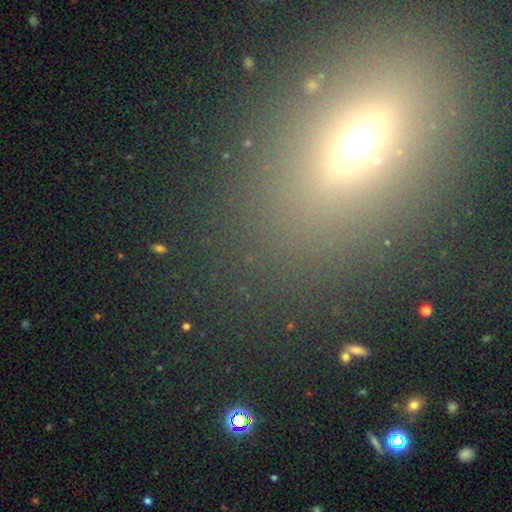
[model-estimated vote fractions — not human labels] Smooth or featured: star or artifact — 40% (smooth — 33%)